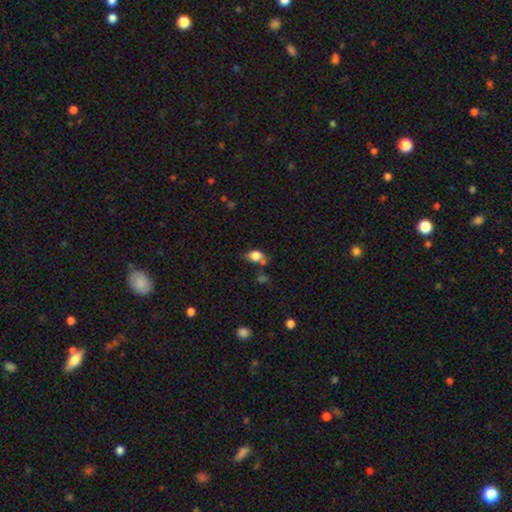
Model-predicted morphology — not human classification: The model was most divided on "merging": none: 46%, merger: 23%, minor disturbance: 22%, major disturbance: 9%. More confident: smooth or featured — smooth (80%); how rounded — in between (72%).